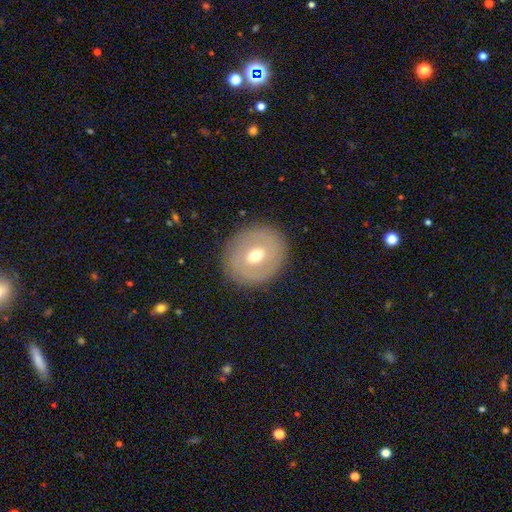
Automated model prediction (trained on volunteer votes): Q: Smooth or featured?
A: smooth (49%); runner-up: featured or disk (43%)
Q: Merging?
A: none (85%); runner-up: minor disturbance (9%)